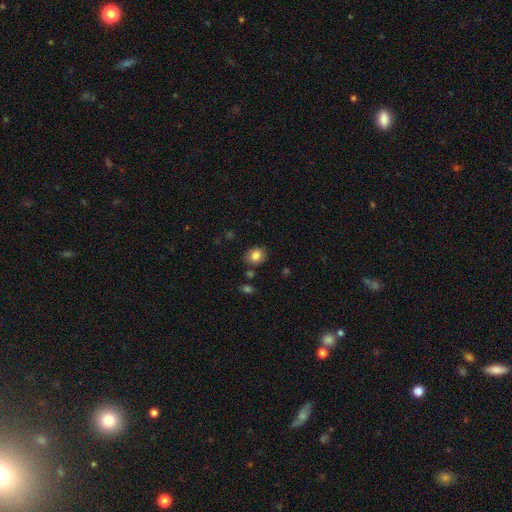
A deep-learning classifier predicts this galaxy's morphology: This is clearly a smooth galaxy (83%). How rounded: possibly round (53%). Merging: clearly none (81%).